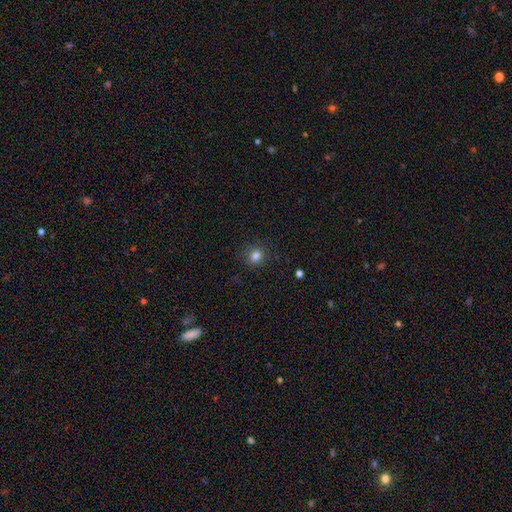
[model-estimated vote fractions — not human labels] Smooth or featured: smooth — 82% (star or artifact — 13%)
How rounded: round — 69% (in between — 30%)
Merging: none — 86% (minor disturbance — 10%)